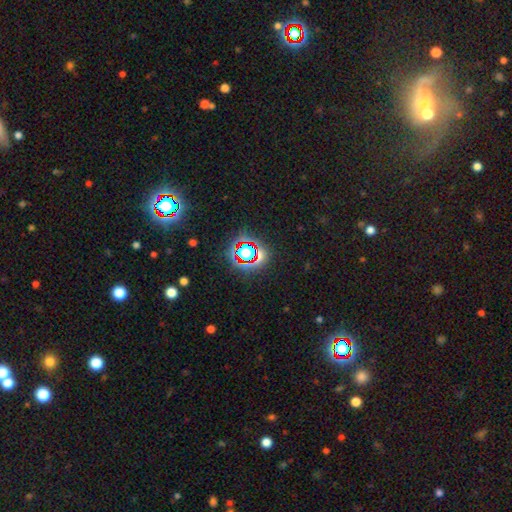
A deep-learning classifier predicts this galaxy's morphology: Q: Smooth or featured?
A: star or artifact (69%); runner-up: smooth (20%)